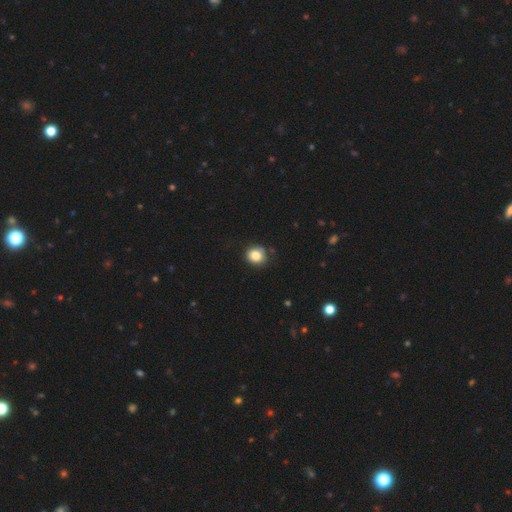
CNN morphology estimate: This appears to be a smooth galaxy with no disk features (83%) that is round (78%). Merging: none (75%).